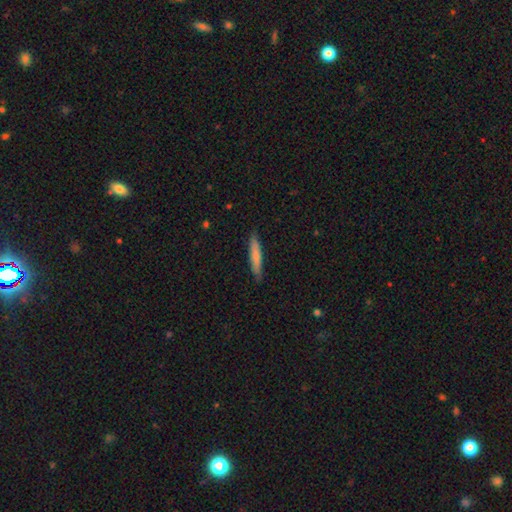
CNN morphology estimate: smooth 74%, featured or disk 20%, star or artifact 5%. Down the decision tree: how rounded — cigar-shaped (92%); merging — none (88%).